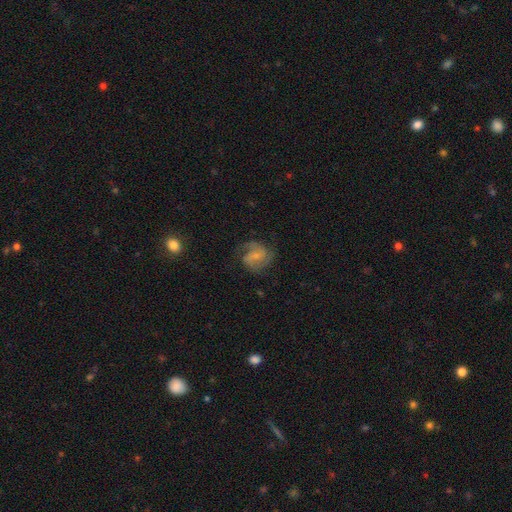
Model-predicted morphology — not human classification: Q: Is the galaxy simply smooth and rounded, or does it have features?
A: featured or disk — 70%.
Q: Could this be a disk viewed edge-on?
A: no — 98%.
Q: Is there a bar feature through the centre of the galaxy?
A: weak — 47%.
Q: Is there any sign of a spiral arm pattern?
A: yes — 91%.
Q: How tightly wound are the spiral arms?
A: medium — 51%.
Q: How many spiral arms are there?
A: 2 — 55%.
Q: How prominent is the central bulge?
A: small — 55%.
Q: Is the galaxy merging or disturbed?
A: none — 63%.